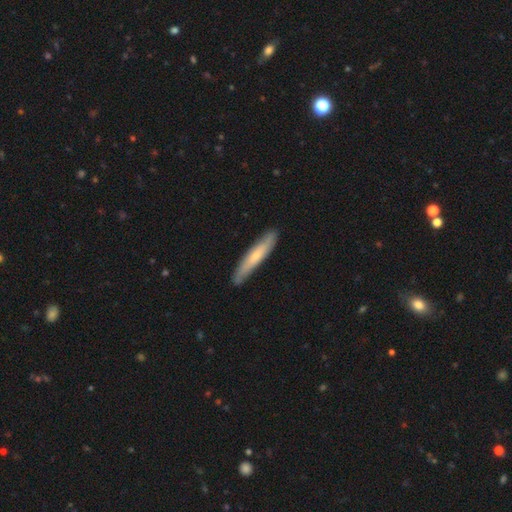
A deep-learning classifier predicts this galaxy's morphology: Smooth or featured? Predicted: smooth (p=0.57). How rounded? Predicted: cigar-shaped (p=0.91). Merging? Predicted: none (p=0.85).